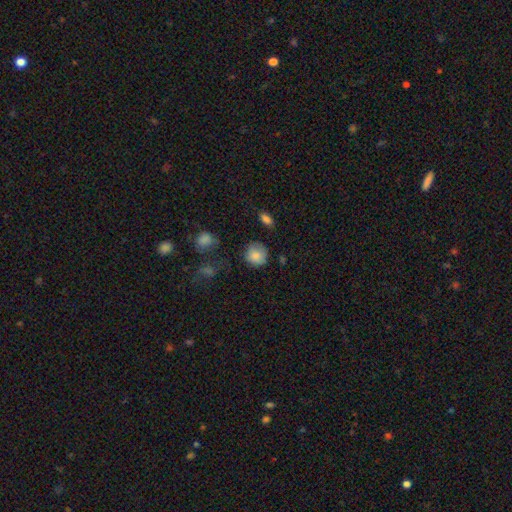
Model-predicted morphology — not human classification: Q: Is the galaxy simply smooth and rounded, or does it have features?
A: smooth — 84%.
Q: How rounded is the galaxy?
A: round — 88%.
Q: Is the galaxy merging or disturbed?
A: none — 75%.